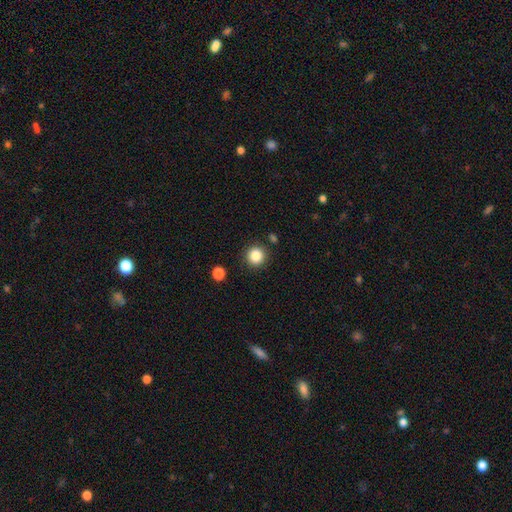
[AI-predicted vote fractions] Smooth or featured? Predicted: smooth (p=0.85). How rounded? Predicted: round (p=0.94). Merging? Predicted: none (p=0.89).